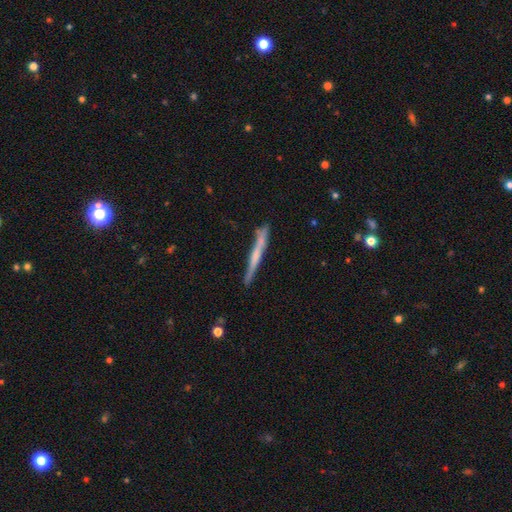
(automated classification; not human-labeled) Smooth or featured? featured or disk (52%)
Edge-on disk? yes (96%)
Merging? none (79%)